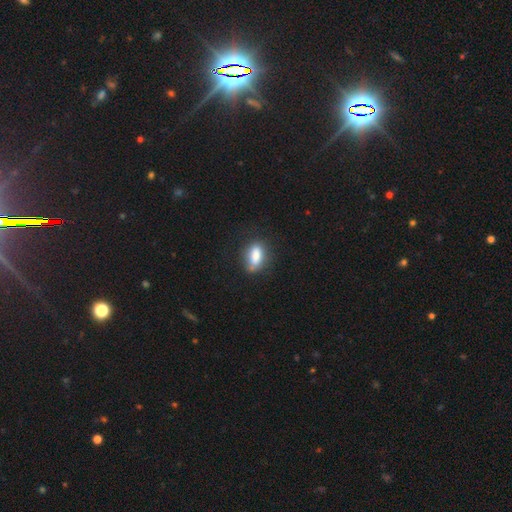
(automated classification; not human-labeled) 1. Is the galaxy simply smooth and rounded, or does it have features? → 79% smooth, 13% featured or disk, 8% star or artifact.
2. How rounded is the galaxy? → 80% in between, 12% cigar-shaped, 7% round.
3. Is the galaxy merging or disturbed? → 67% none, 23% minor disturbance, 7% major disturbance, 3% merger.